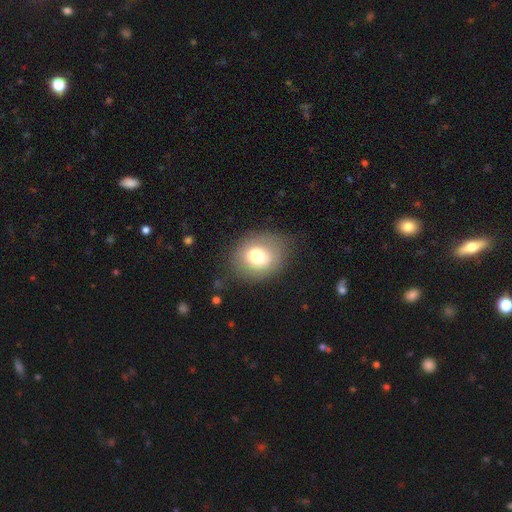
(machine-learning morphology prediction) This is likely a smooth galaxy (69%). How rounded: likely round (62%). Merging: likely none (74%).